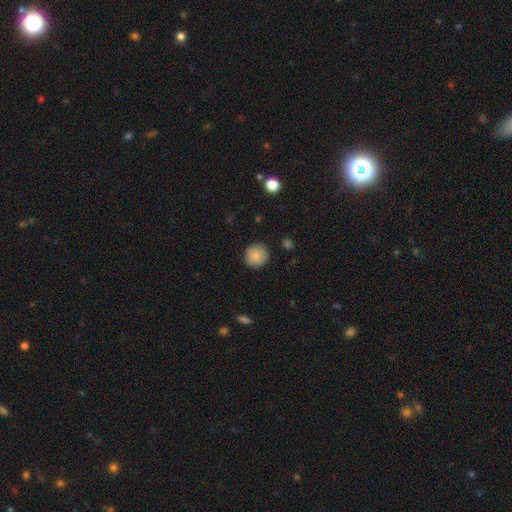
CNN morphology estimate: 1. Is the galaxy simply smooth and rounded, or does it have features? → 87% smooth, 7% star or artifact, 6% featured or disk.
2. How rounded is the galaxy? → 92% round, 7% in between, 1% cigar-shaped.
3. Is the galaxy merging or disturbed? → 88% none, 9% minor disturbance, 2% major disturbance, 1% merger.